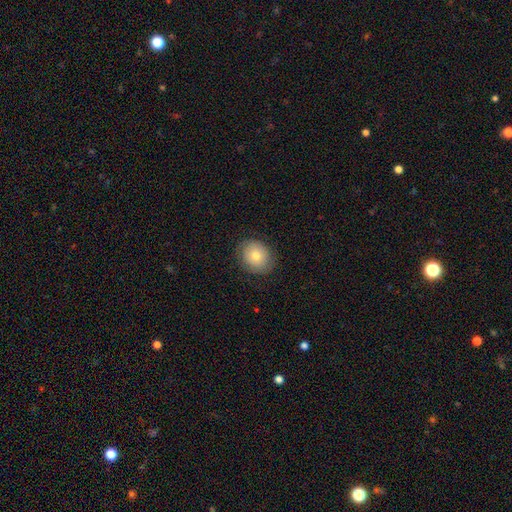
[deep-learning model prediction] Smooth or featured?
  - smooth: 75% *
  - featured or disk: 16%
  - star or artifact: 8%
How rounded?
  - round: 66% *
  - in between: 34%
  - cigar-shaped: 1%
Merging?
  - none: 84% *
  - minor disturbance: 12%
  - major disturbance: 3%
  - merger: 1%